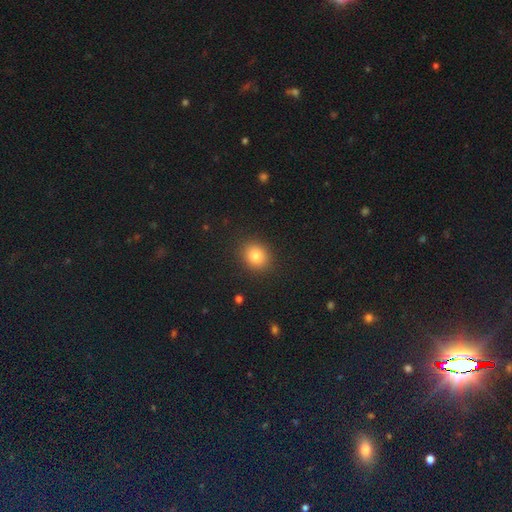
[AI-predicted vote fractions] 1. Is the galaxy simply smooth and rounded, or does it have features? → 81% smooth, 12% star or artifact, 7% featured or disk.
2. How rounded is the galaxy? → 71% round, 28% in between, 1% cigar-shaped.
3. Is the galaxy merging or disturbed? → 90% none, 7% minor disturbance, 2% major disturbance, 1% merger.